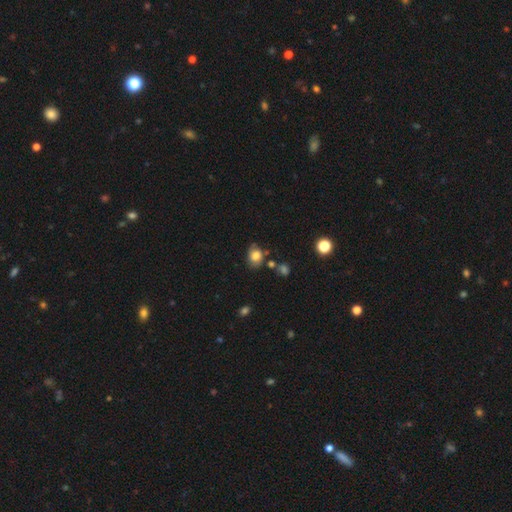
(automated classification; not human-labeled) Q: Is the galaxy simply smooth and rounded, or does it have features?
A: smooth — 79%.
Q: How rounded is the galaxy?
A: in between — 62%.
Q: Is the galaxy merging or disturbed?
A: none — 66%.